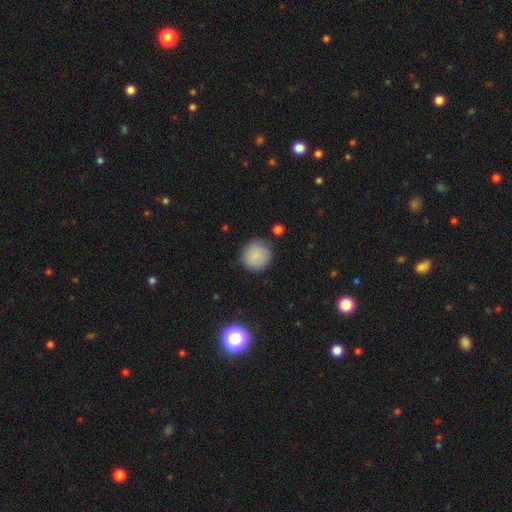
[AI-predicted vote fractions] Smooth or featured? Predicted: smooth (p=0.85). How rounded? Predicted: round (p=0.91). Merging? Predicted: none (p=0.79).